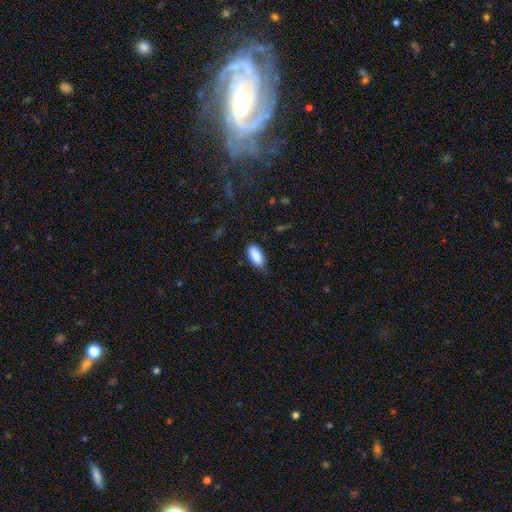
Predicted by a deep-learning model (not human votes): A smooth galaxy with no disk features (88%) that is in between round and cigar-shaped (89%).

Vote fractions:
- Smooth or featured? smooth: 88% / star or artifact: 7% / featured or disk: 5%
- How rounded? in between: 89% / cigar-shaped: 9% / round: 2%
- Merging? none: 65% / minor disturbance: 28% / major disturbance: 5% / merger: 1%